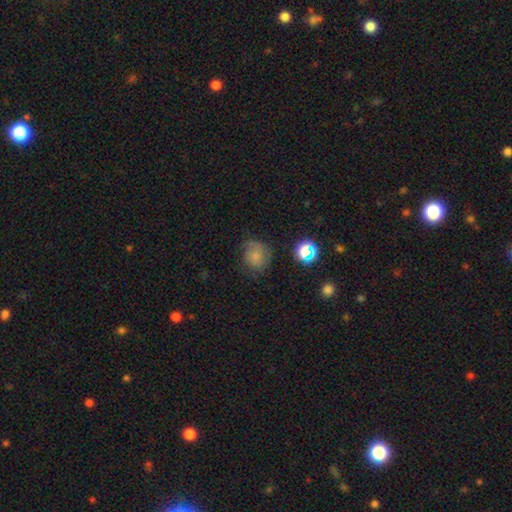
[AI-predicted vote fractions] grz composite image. It shows a smooth galaxy with no disk features (65%) that is round (78%). Merging: none (58%).